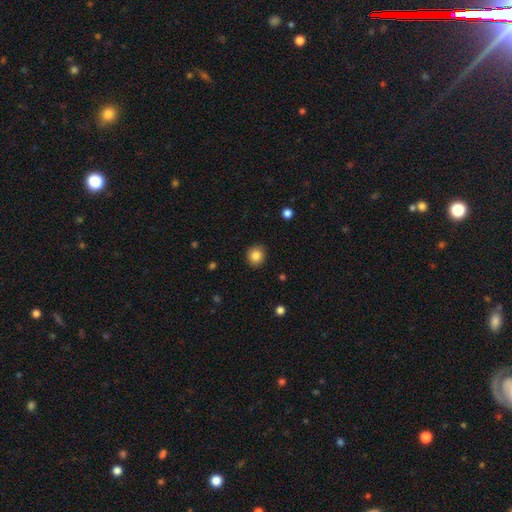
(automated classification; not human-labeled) smooth_or_featured: smooth (p=0.85) [alt: star or artifact p=0.10]
how_rounded: round (p=0.82) [alt: in between p=0.17]
merging: none (p=0.90) [alt: minor disturbance p=0.07]